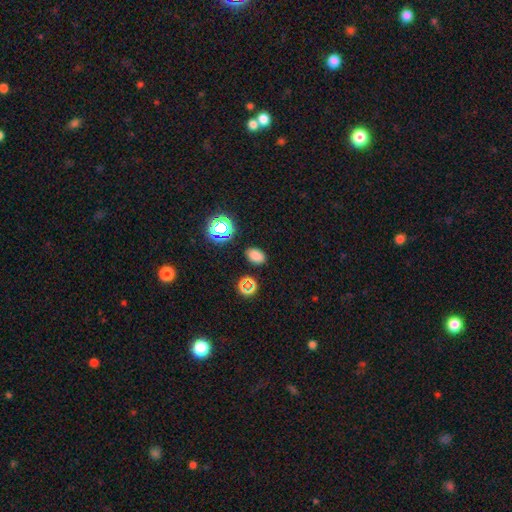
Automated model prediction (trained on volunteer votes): Smooth or featured? Predicted: smooth (p=0.75). How rounded? Predicted: in between (p=0.84). Merging? Predicted: none (p=0.86).